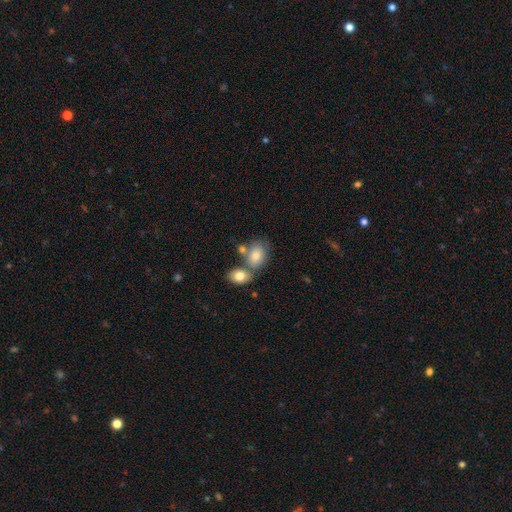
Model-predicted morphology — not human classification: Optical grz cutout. It shows a smooth galaxy with no disk features (80%) that is in between round and cigar-shaped (75%). Merging: none (43%).